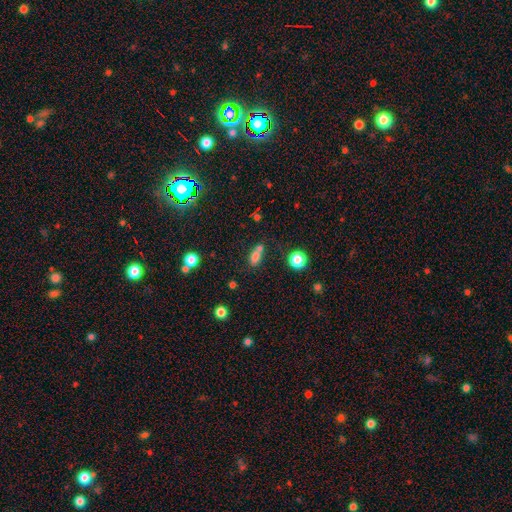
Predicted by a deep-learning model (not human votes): This is likely a smooth galaxy (75%). How rounded: likely in between (76%). Merging: marginally none (42%).